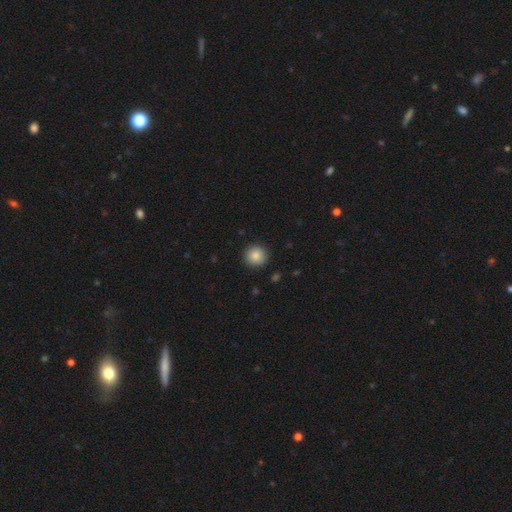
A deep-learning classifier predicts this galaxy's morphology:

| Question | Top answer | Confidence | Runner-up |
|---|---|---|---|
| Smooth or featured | smooth | 86% | star or artifact (9%) |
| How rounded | round | 94% | in between (5%) |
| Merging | none | 91% | minor disturbance (6%) |